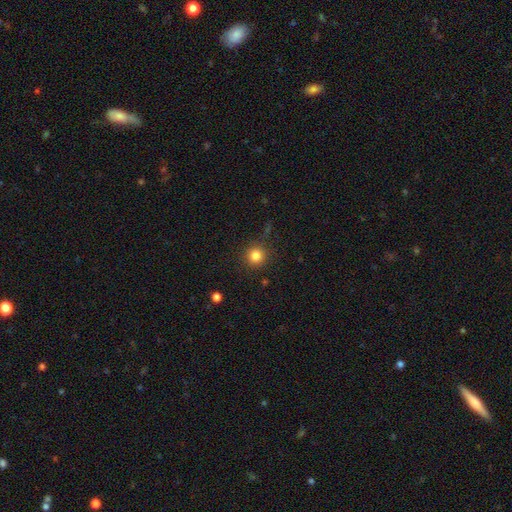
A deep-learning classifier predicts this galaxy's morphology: A smooth galaxy with no disk features (83%) that is round (94%). Merging: none (88%).